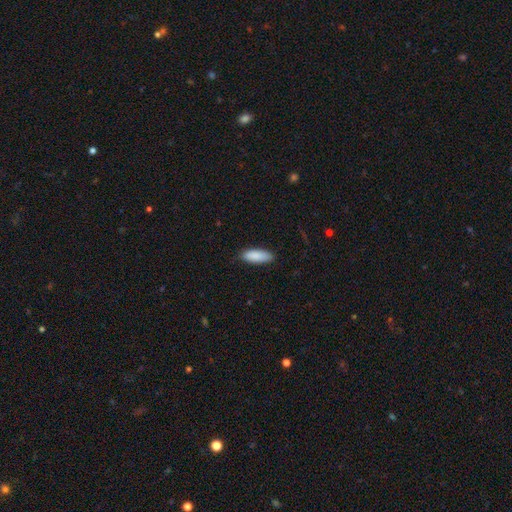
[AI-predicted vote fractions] Smooth or featured: smooth — 89% (star or artifact — 6%)
How rounded: in between — 69% (cigar-shaped — 29%)
Merging: none — 82% (minor disturbance — 15%)